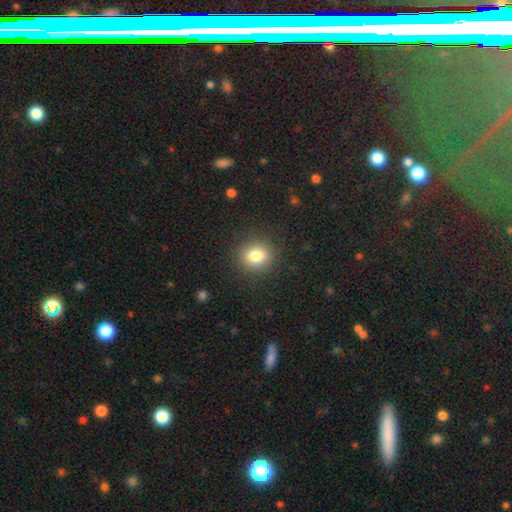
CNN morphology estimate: Overall: smooth (81%). How rounded: round (78%). Merging: none (89%).